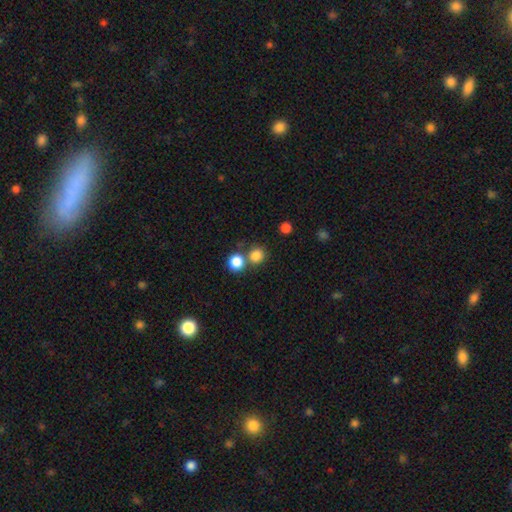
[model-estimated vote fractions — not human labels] The model was most divided on "merging": none: 63%, merger: 27%, minor disturbance: 7%, major disturbance: 3%. More confident: how rounded — round (86%); smooth or featured — smooth (83%).